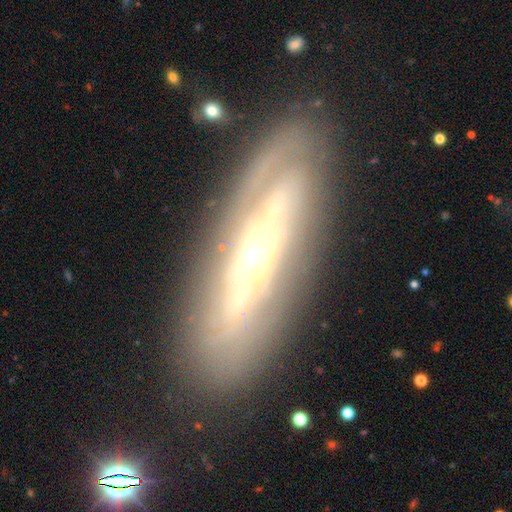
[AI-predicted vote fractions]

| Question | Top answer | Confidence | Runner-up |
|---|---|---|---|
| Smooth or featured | featured or disk | 77% | smooth (17%) |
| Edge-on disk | no | 69% | yes (31%) |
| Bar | no | 65% | weak (20%) |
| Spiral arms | yes | 61% | no (39%) |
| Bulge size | moderate | 53% | small (35%) |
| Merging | none | 79% | minor disturbance (14%) |